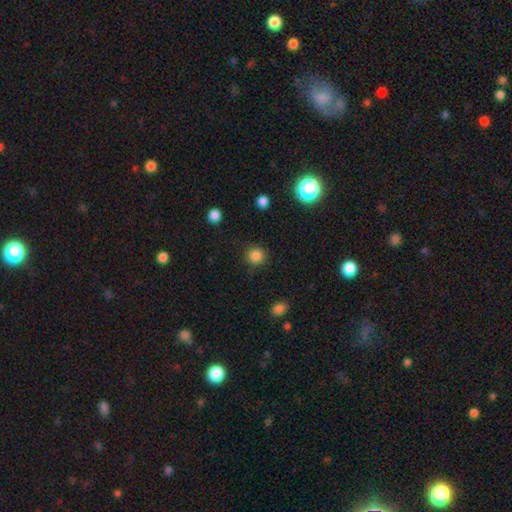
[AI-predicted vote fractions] Q: Smooth or featured?
A: smooth (84%); runner-up: star or artifact (12%)
Q: How rounded?
A: round (92%); runner-up: in between (7%)
Q: Merging?
A: none (87%); runner-up: minor disturbance (8%)